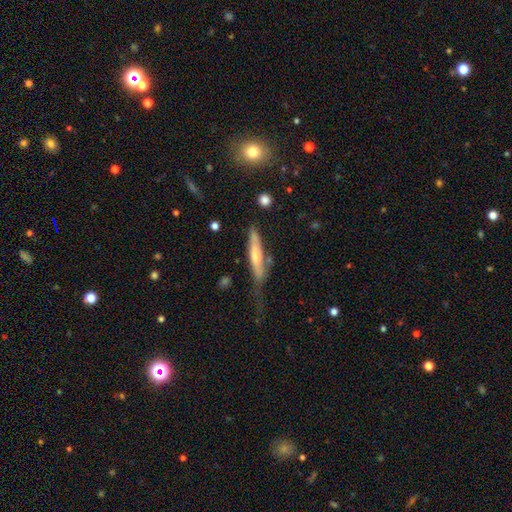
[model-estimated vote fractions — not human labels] A smooth galaxy with no disk features (48%). Merging: none (46%).